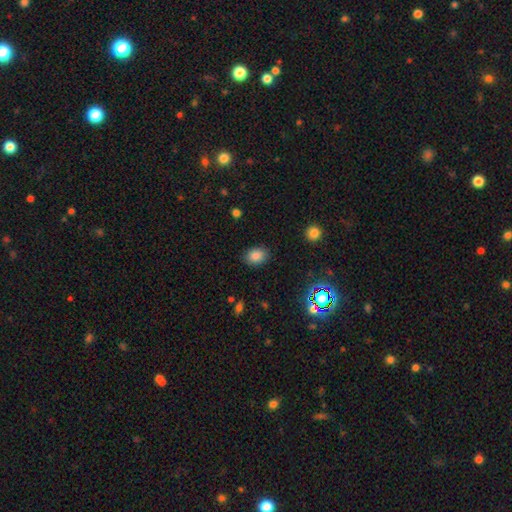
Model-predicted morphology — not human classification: A smooth galaxy with no disk features (84%) that is in between round and cigar-shaped (68%).

Vote fractions:
- Smooth or featured? smooth: 84% / star or artifact: 11% / featured or disk: 5%
- How rounded? in between: 68% / round: 31% / cigar-shaped: 1%
- Merging? none: 86% / minor disturbance: 10% / major disturbance: 3% / merger: 1%